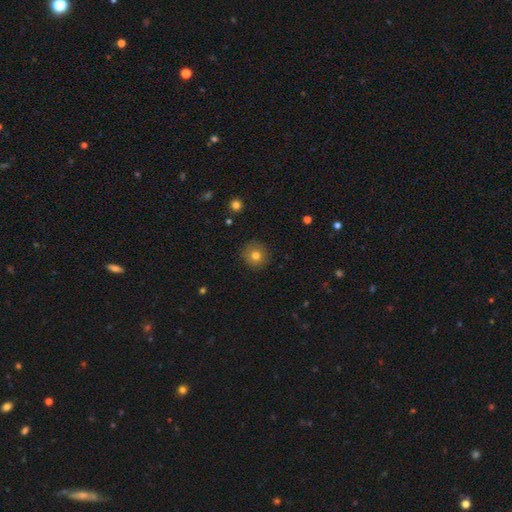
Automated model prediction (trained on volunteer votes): Q: Smooth or featured?
A: smooth (76%); runner-up: featured or disk (13%)
Q: How rounded?
A: round (93%); runner-up: in between (6%)
Q: Merging?
A: none (88%); runner-up: minor disturbance (9%)